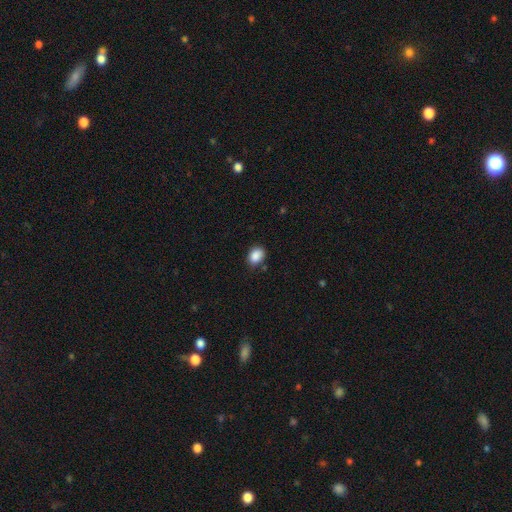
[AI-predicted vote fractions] smooth-or-featured: smooth: 88% | star or artifact: 8% | featured or disk: 4%
  how-rounded: in between: 67% | round: 32% | cigar-shaped: 1%
  merging: none: 80% | minor disturbance: 15% | major disturbance: 3% | merger: 2%